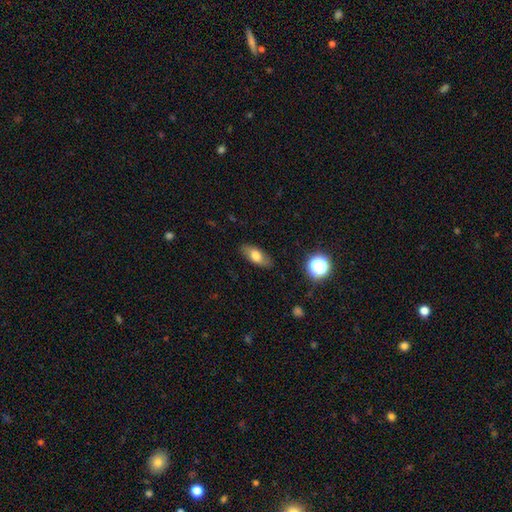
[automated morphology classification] A smooth galaxy with no disk features (69%) that is in between round and cigar-shaped (78%).

Vote fractions:
- Smooth or featured? smooth: 69% / featured or disk: 22% / star or artifact: 9%
- How rounded? in between: 78% / cigar-shaped: 16% / round: 6%
- Merging? none: 83% / minor disturbance: 13% / major disturbance: 3% / merger: 1%